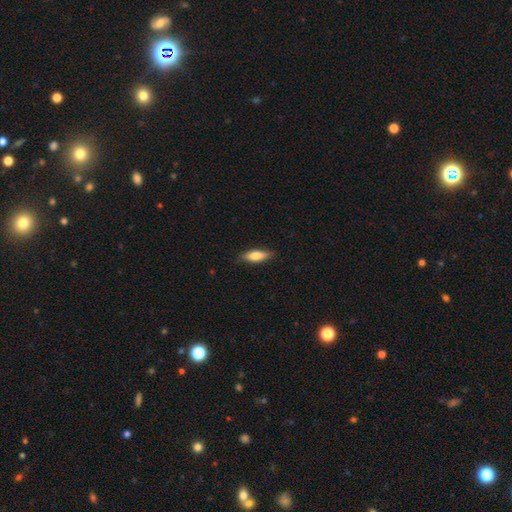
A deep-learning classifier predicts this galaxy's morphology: Smooth or featured? smooth (79%)
How rounded? in between (54%)
Merging? none (85%)